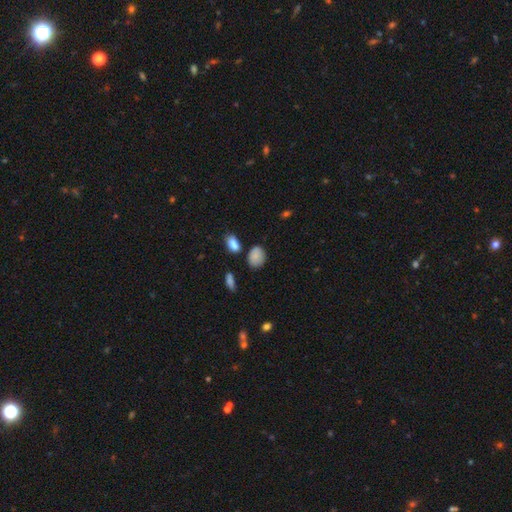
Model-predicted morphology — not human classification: smooth-or-featured: smooth: 85% | star or artifact: 9% | featured or disk: 6%
  how-rounded: in between: 55% | round: 43% | cigar-shaped: 2%
  merging: none: 71% | minor disturbance: 18% | merger: 6% | major disturbance: 4%